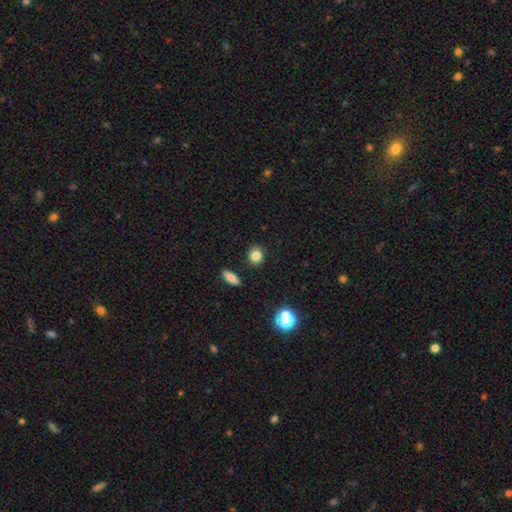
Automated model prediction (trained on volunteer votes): Smooth or featured? Predicted: smooth (p=0.84). How rounded? Predicted: round (p=0.76). Merging? Predicted: none (p=0.88).